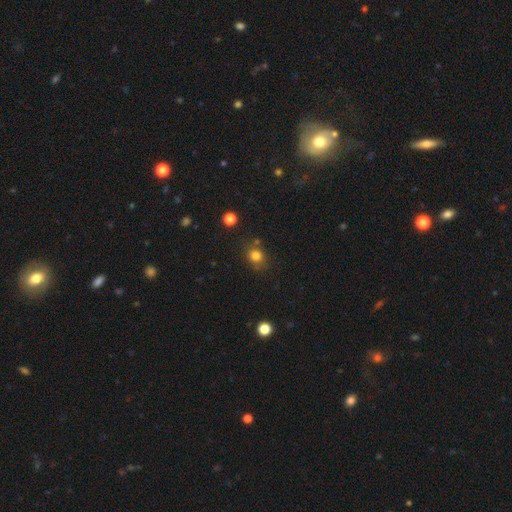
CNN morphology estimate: Smooth or featured?
  - smooth: 79% *
  - star or artifact: 14%
  - featured or disk: 7%
How rounded?
  - round: 73% *
  - in between: 26%
  - cigar-shaped: 1%
Merging?
  - none: 74% *
  - minor disturbance: 14%
  - merger: 8%
  - major disturbance: 4%